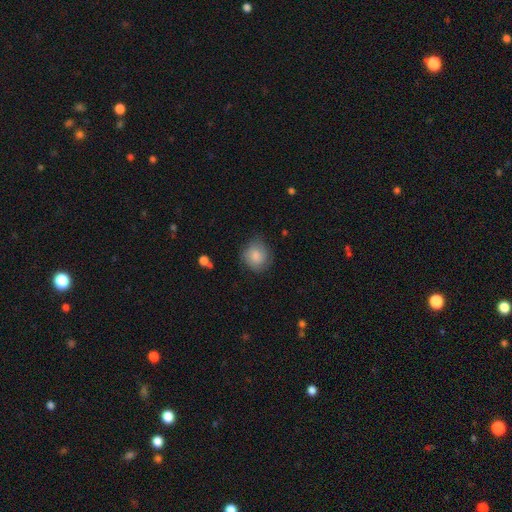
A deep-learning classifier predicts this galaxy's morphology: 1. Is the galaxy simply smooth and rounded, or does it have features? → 80% smooth, 13% featured or disk, 7% star or artifact.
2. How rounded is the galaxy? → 82% round, 17% in between, 1% cigar-shaped.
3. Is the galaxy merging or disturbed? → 73% none, 20% minor disturbance, 5% major disturbance, 1% merger.